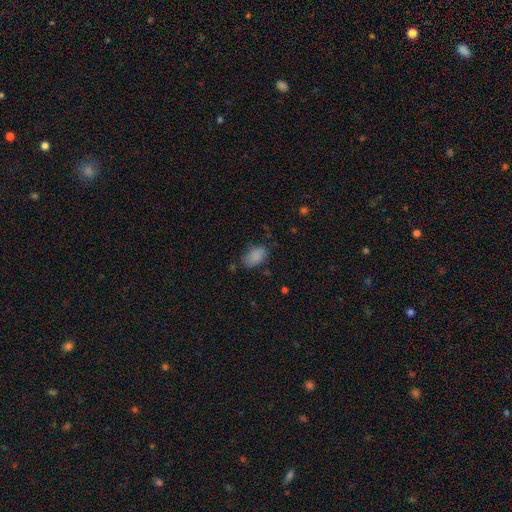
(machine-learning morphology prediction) Q: Smooth or featured?
A: smooth (85%); runner-up: star or artifact (9%)
Q: How rounded?
A: in between (91%); runner-up: round (8%)
Q: Merging?
A: none (68%); runner-up: minor disturbance (23%)